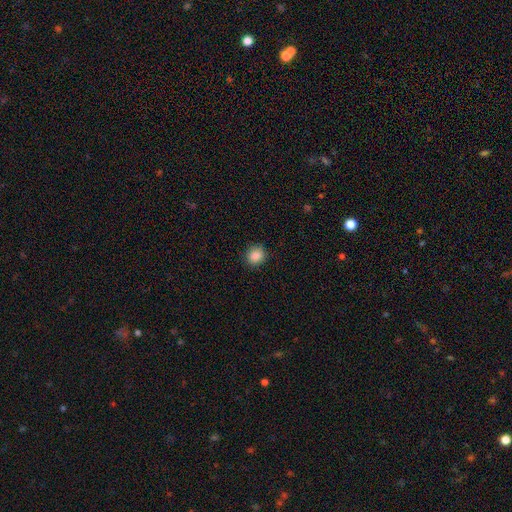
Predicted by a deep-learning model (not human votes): The model was most divided on "how rounded": round: 79%, in between: 20%, cigar-shaped: 1%. More confident: smooth or featured — smooth (88%); merging — none (87%).